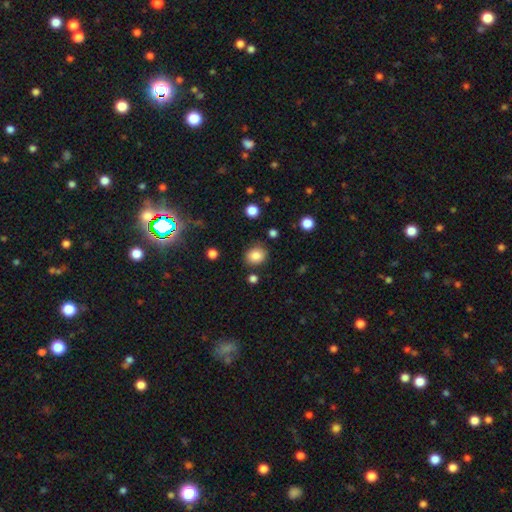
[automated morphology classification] type=smooth (85%); roundness=round (66%); merging=none (83%).